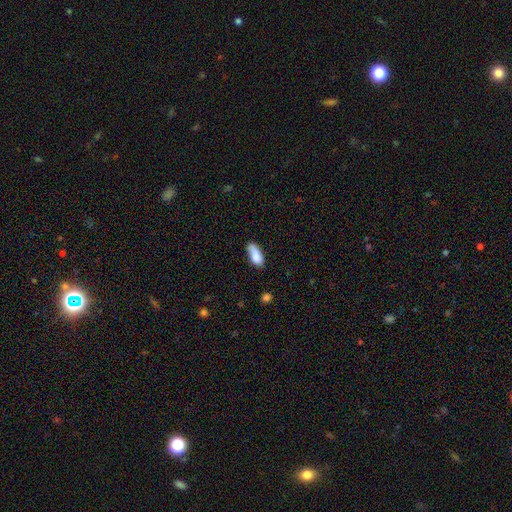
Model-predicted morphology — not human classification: This is clearly a smooth galaxy (83%). How rounded: likely in between (75%). Merging: possibly none (56%).